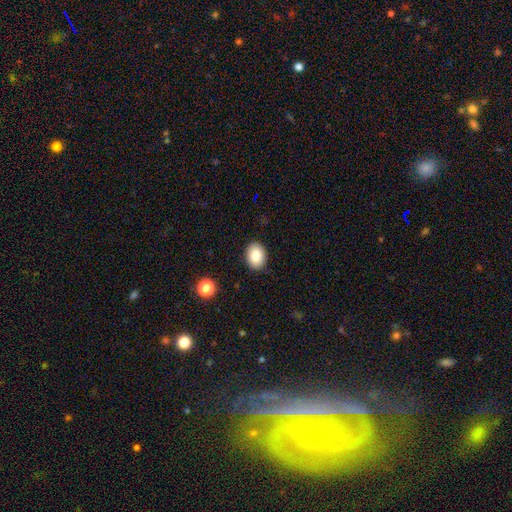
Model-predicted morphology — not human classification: This is clearly a smooth galaxy (84%). How rounded: likely in between (69%). Merging: clearly none (89%).